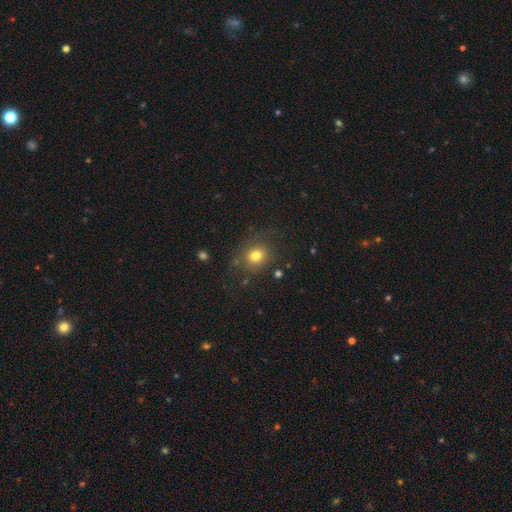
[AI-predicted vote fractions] This is likely a smooth galaxy (76%). How rounded: likely round (72%). Merging: likely none (75%).